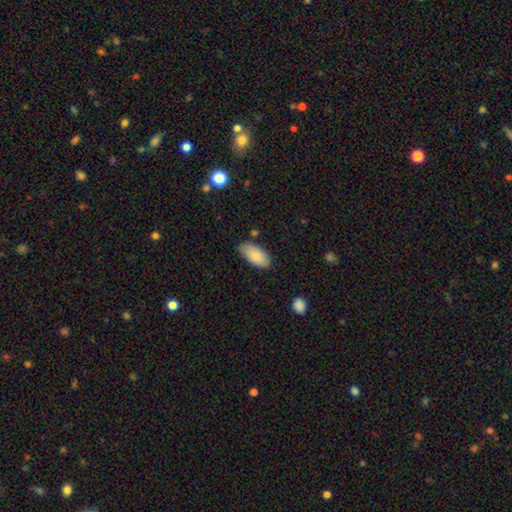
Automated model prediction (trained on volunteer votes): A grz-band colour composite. It shows a smooth galaxy with no disk features (85%) that is in between round and cigar-shaped (94%). Merging: none (77%).